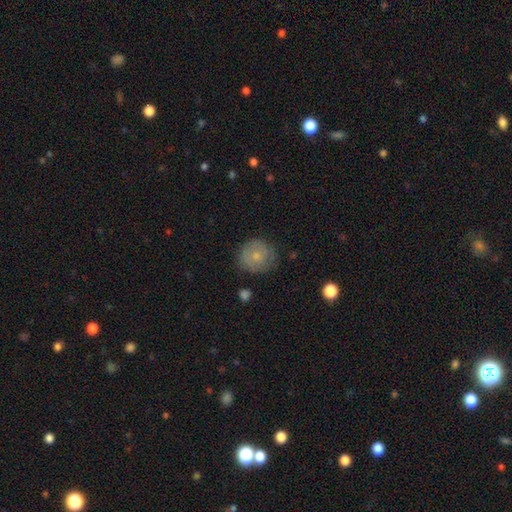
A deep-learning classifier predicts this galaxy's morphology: Smooth or featured?
  - smooth: 67% *
  - featured or disk: 25%
  - star or artifact: 8%
How rounded?
  - round: 88% *
  - in between: 11%
  - cigar-shaped: 1%
Merging?
  - none: 75% *
  - minor disturbance: 19%
  - major disturbance: 5%
  - merger: 1%